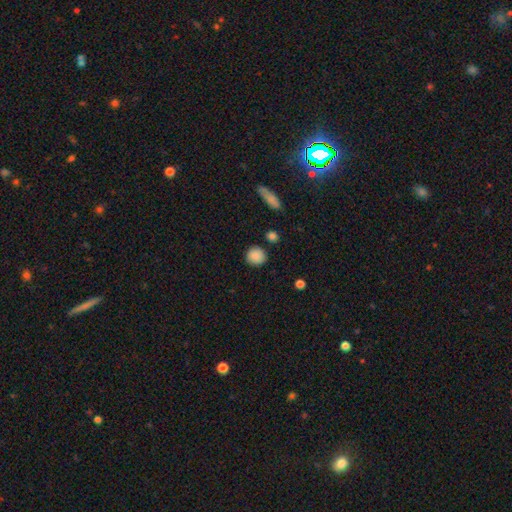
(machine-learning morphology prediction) This is clearly a smooth galaxy (87%). How rounded: clearly round (88%). Merging: clearly none (85%).